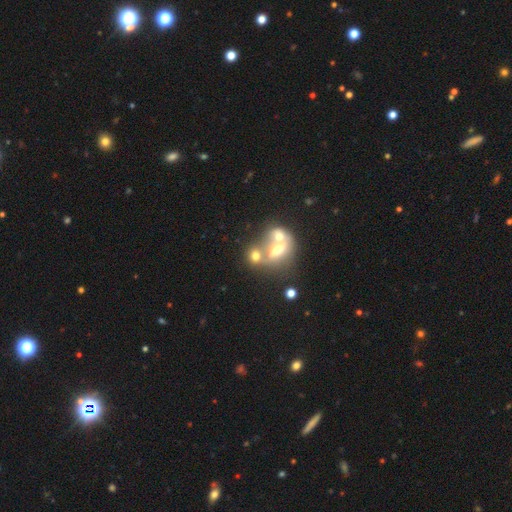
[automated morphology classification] smooth 58%, featured or disk 27%, star or artifact 15%. Down the decision tree: how rounded — round (48%, tied with in between); merging — merger (62%).